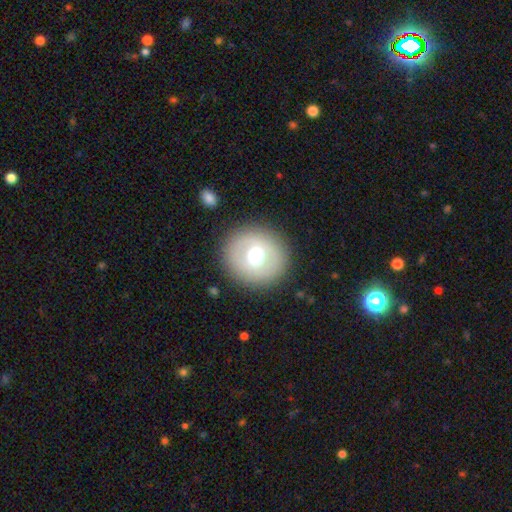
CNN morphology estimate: Smooth or featured? Predicted: smooth (p=0.63). How rounded? Predicted: round (p=0.91). Merging? Predicted: none (p=0.88).